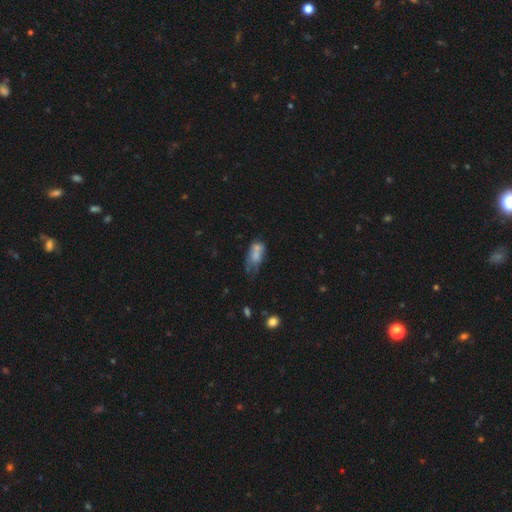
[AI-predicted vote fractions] Smooth or featured?
  - smooth: 58% *
  - featured or disk: 30%
  - star or artifact: 12%
How rounded?
  - in between: 83% *
  - cigar-shaped: 11%
  - round: 6%
Merging?
  - none: 28% * (tied)
  - minor disturbance: 28% * (tied)
  - major disturbance: 24%
  - merger: 20%